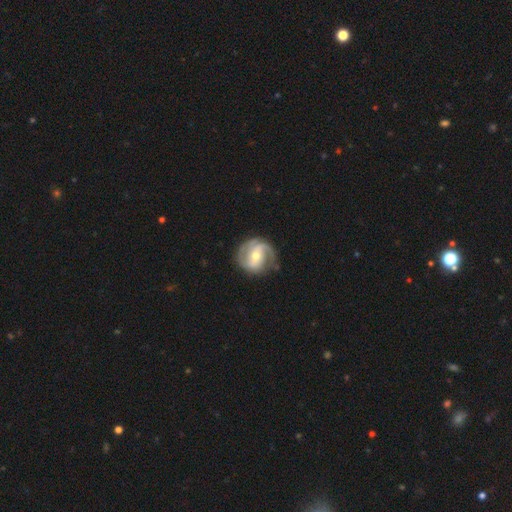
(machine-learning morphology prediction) Overall: featured or disk (85%). Edge-on disk: no (98%). Bar: weak (43%; strong 29%). Spiral arms: yes (95%). Spiral arm count: 2 (62%). Spiral winding: medium (44%; tight 40%). Bulge size: moderate (59%; small 37%). Merging: none (73%).